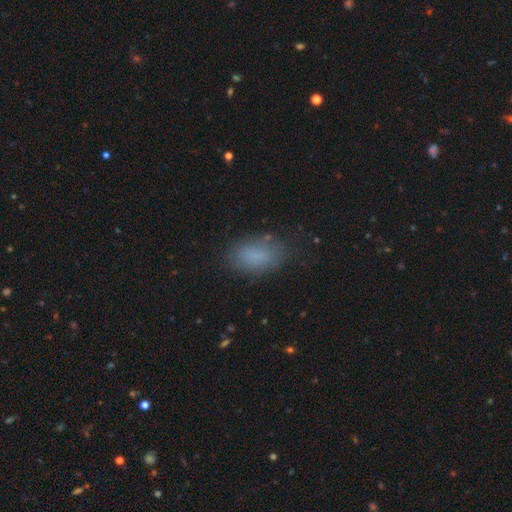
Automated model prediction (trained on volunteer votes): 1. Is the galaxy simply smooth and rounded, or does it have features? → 82% smooth, 10% star or artifact, 7% featured or disk.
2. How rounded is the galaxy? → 89% in between, 9% round, 2% cigar-shaped.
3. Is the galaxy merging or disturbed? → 76% none, 17% minor disturbance, 6% major disturbance, 2% merger.